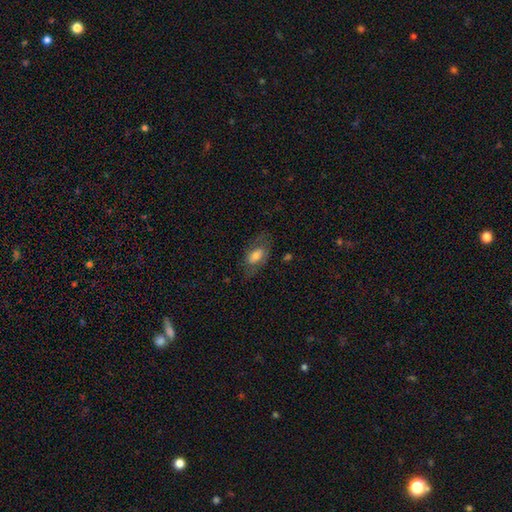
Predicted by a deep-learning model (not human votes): This appears to be a smooth galaxy with no disk features (58%) that is in between round and cigar-shaped (88%). Merging: none (61%).